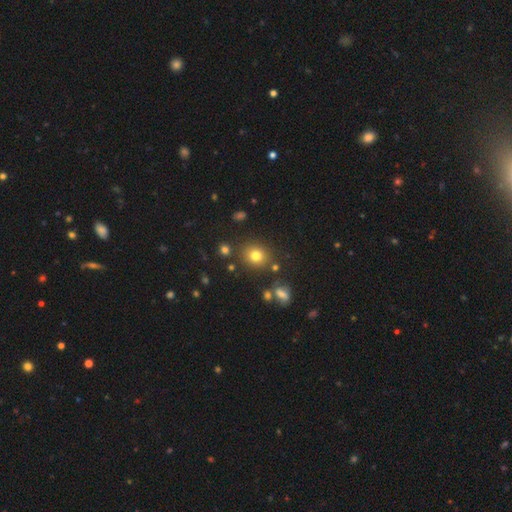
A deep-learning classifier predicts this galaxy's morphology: Smooth or featured? Predicted: smooth (p=0.77). How rounded? Predicted: round (p=0.75). Merging? Predicted: none (p=0.82).